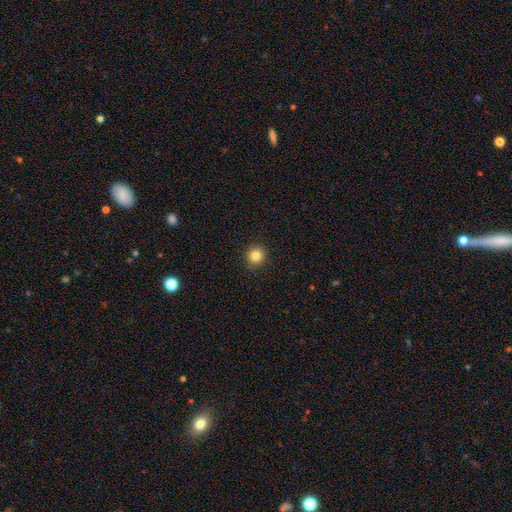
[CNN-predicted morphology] smooth_or_featured: smooth (p=0.83) [alt: star or artifact p=0.12]
how_rounded: round (p=0.93) [alt: in between p=0.06]
merging: none (p=0.92) [alt: minor disturbance p=0.05]